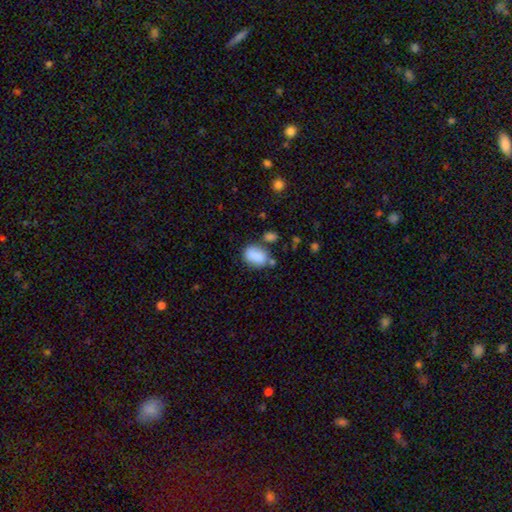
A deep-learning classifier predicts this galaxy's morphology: smooth 85%, star or artifact 9%, featured or disk 7%. Down the decision tree: how rounded — in between (75%); merging — none (58%).